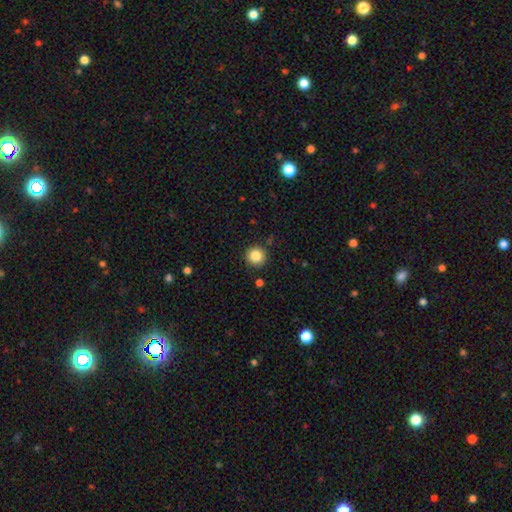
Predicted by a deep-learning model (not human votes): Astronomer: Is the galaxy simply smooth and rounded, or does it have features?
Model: smooth — 86%.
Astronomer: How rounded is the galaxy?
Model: round — 95%.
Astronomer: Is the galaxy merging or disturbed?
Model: none — 90%.